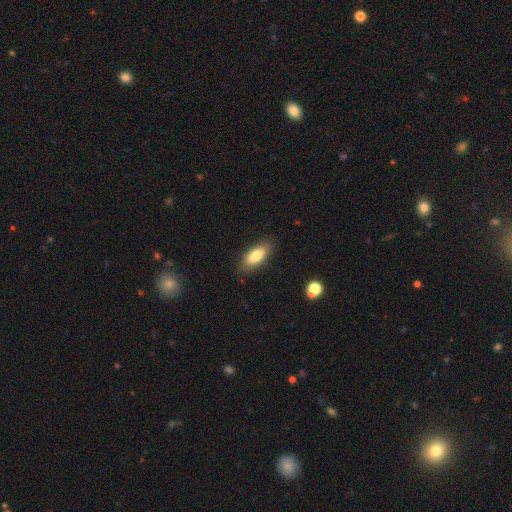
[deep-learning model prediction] Smooth or featured: smooth — 76% (featured or disk — 16%)
How rounded: in between — 82% (cigar-shaped — 15%)
Merging: none — 84% (minor disturbance — 12%)